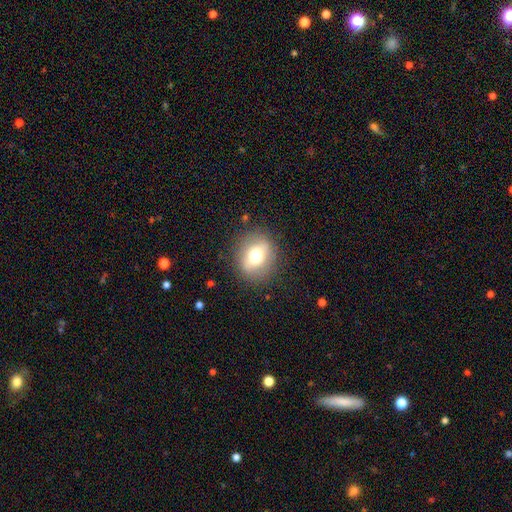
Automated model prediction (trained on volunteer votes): This is likely a smooth galaxy (64%). How rounded: likely round (62%). Merging: clearly none (84%).